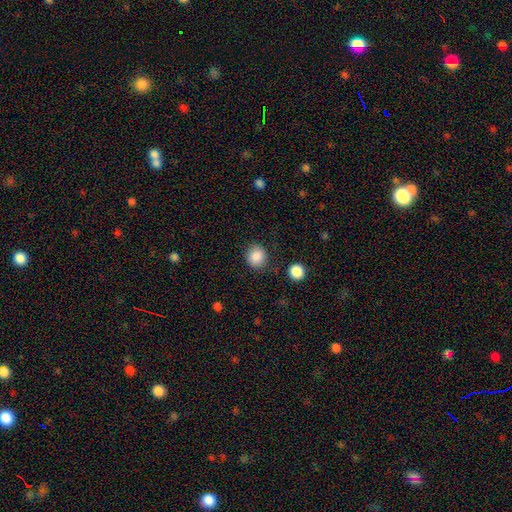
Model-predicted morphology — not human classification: smooth_or_featured: smooth (p=0.87) [alt: star or artifact p=0.09]
how_rounded: round (p=0.85) [alt: in between p=0.14]
merging: none (p=0.83) [alt: minor disturbance p=0.11]